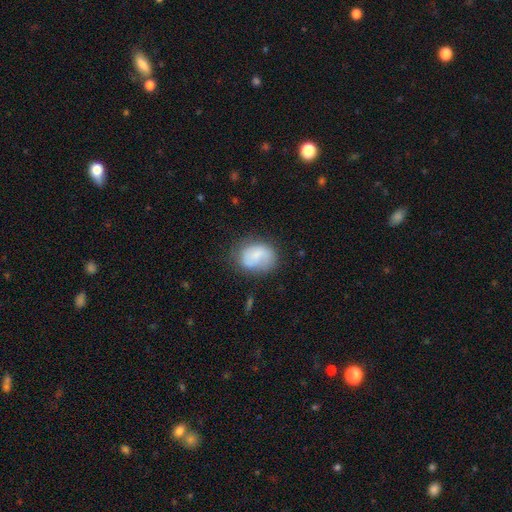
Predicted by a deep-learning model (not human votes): A smooth galaxy with no disk features (64%) that is in between round and cigar-shaped (51%).

Vote fractions:
- Smooth or featured? smooth: 64% / featured or disk: 28% / star or artifact: 8%
- How rounded? in between: 51% / round: 48% / cigar-shaped: 1%
- Merging? none: 58% / minor disturbance: 25% / major disturbance: 13% / merger: 3%